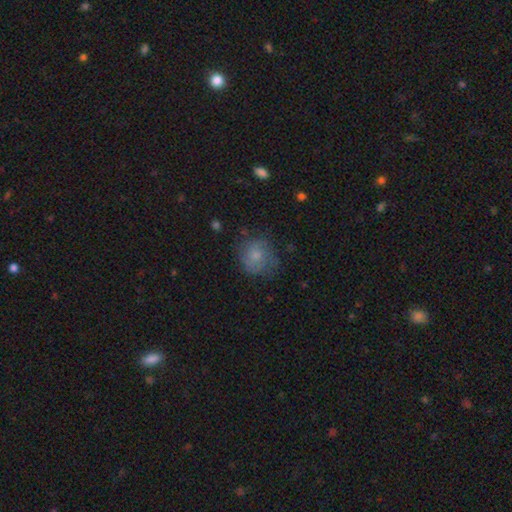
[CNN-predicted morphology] Smooth or featured? Predicted: smooth (p=0.63). How rounded? Predicted: round (p=0.78). Merging? Predicted: none (p=0.62).